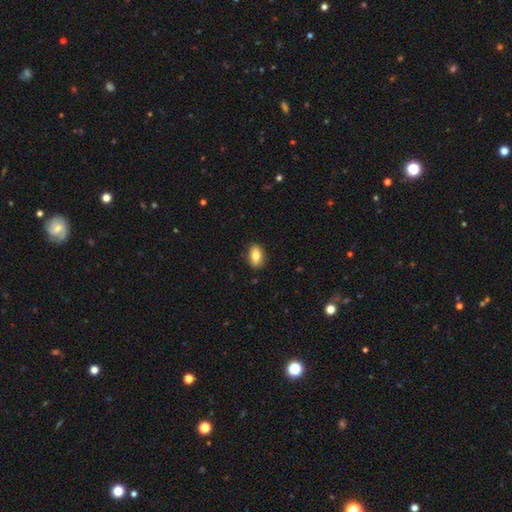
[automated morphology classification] type=smooth (80%); roundness=in between (88%); merging=none (87%).